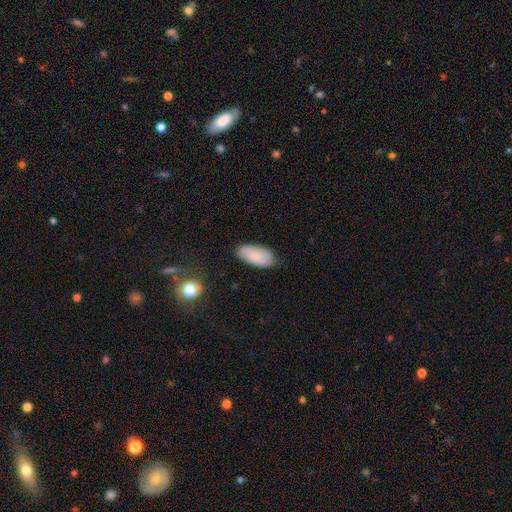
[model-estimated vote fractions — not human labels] This is clearly a smooth galaxy (80%). How rounded: clearly in between (92%). Merging: likely none (77%).